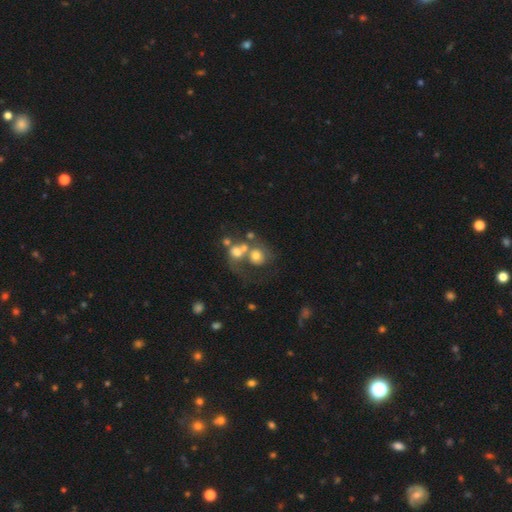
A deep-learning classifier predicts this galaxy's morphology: Smooth or featured: smooth — 56% (featured or disk — 31%)
How rounded: round — 78% (in between — 21%)
Merging: merger — 48% (none — 27%)